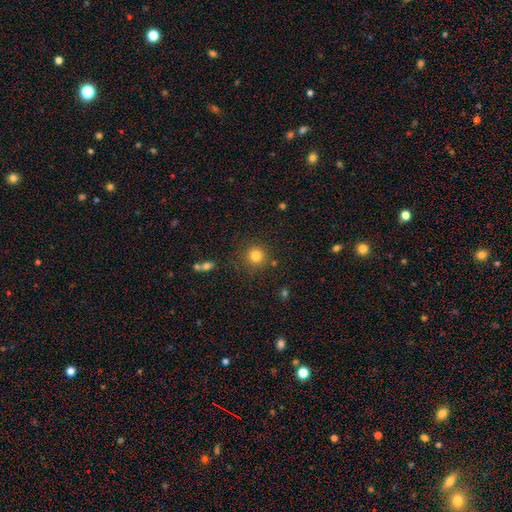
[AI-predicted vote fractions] A smooth galaxy with no disk features (81%) that is round (94%). Merging: none (84%).